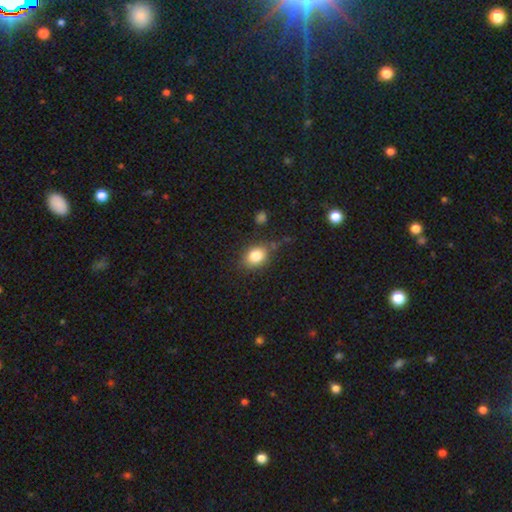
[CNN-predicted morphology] A smooth galaxy with no disk features (82%) that is in between round and cigar-shaped (63%).

Vote fractions:
- Smooth or featured? smooth: 82% / star or artifact: 10% / featured or disk: 9%
- How rounded? in between: 63% / round: 36% / cigar-shaped: 2%
- Merging? none: 71% / minor disturbance: 19% / major disturbance: 6% / merger: 4%